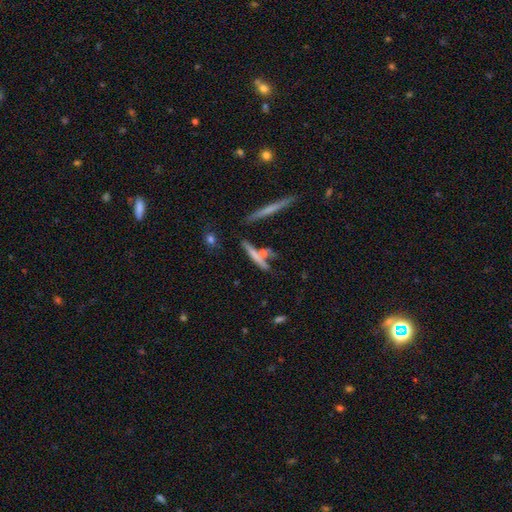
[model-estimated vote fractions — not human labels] smooth-or-featured: smooth: 51% | featured or disk: 40% | star or artifact: 9%
  how-rounded: cigar-shaped: 86% | in between: 9% | round: 4%
  merging: none: 64% | merger: 17% | minor disturbance: 14% | major disturbance: 5%